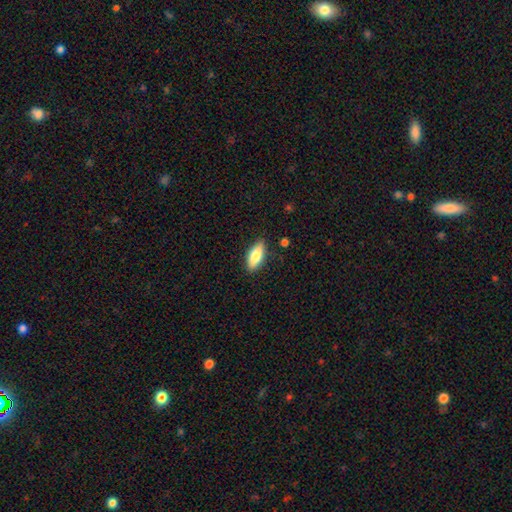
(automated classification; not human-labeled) This is likely a smooth galaxy (78%). How rounded: likely in between (79%). Merging: clearly none (86%).